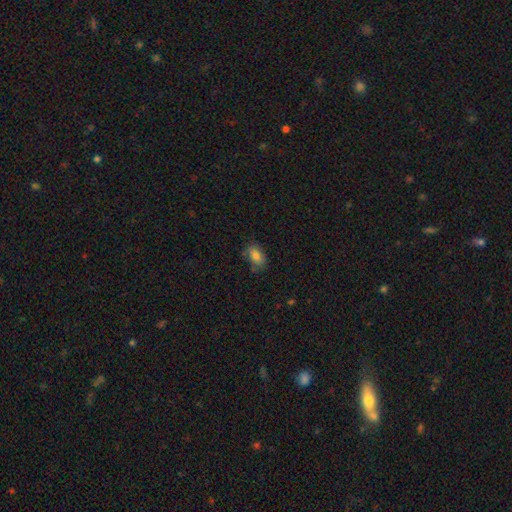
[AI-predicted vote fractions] Q: Smooth or featured?
A: smooth (82%); runner-up: star or artifact (10%)
Q: How rounded?
A: in between (86%); runner-up: round (12%)
Q: Merging?
A: none (69%); runner-up: minor disturbance (23%)